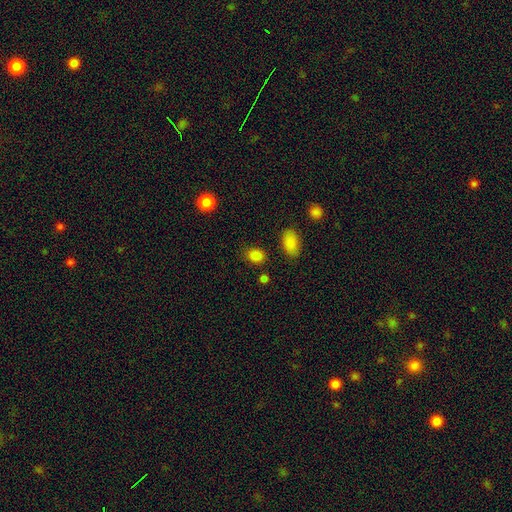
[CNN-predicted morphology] type=smooth (86%); roundness=in between (64%); merging=none (82%).